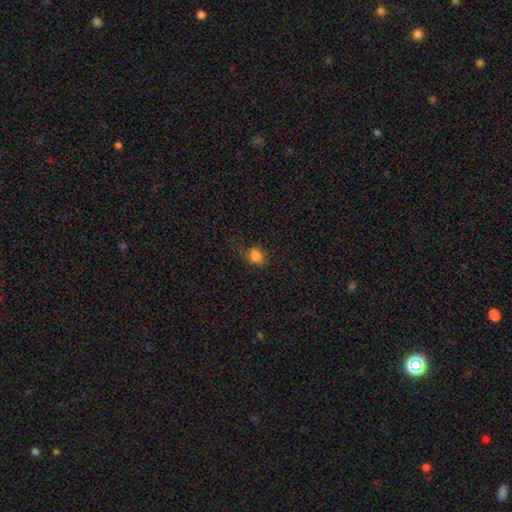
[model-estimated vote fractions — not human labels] Overall: smooth (81%). How rounded: round (49%, tied with in between). Merging: none (65%).